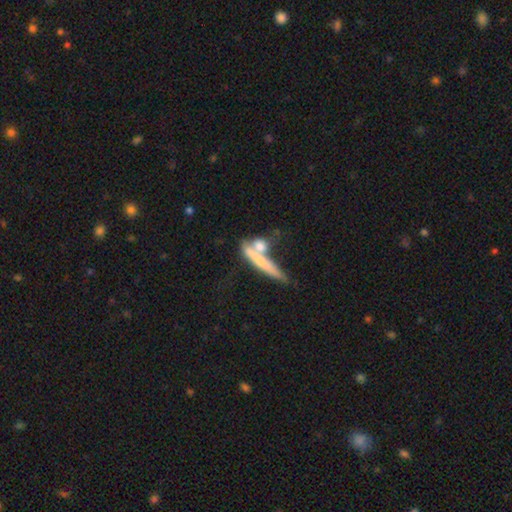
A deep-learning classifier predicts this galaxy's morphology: This appears to be a smooth galaxy with no disk features (48%). Merging: none (43%).